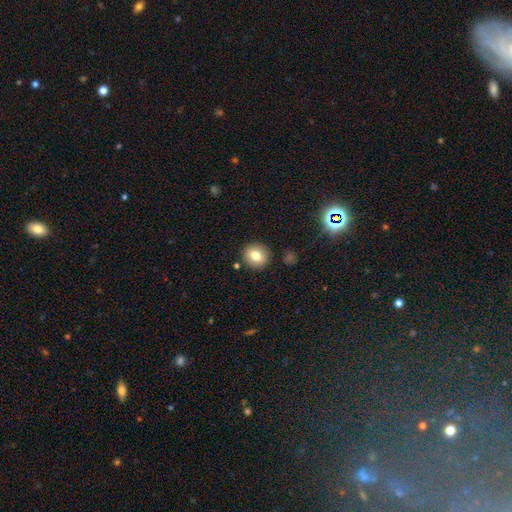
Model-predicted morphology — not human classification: smooth-or-featured: smooth: 78% | featured or disk: 12% | star or artifact: 10%
  how-rounded: round: 87% | in between: 12% | cigar-shaped: 1%
  merging: none: 88% | minor disturbance: 7% | merger: 3% | major disturbance: 2%